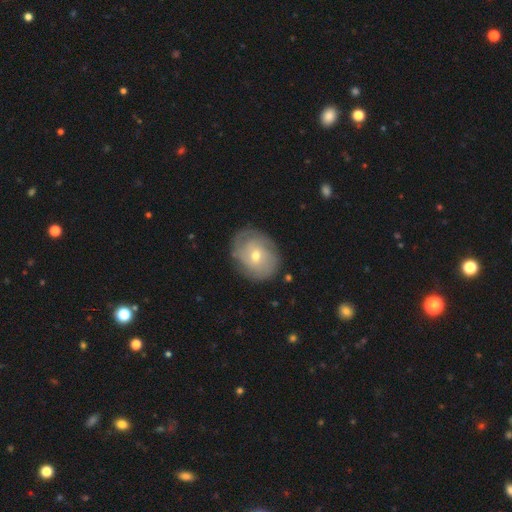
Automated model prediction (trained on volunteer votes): smooth-or-featured: featured or disk: 63% | smooth: 30% | star or artifact: 8%
  disk-edge-on: no: 96% | yes: 4%
    bar: no: 64% | weak: 31% | strong: 5%
    has-spiral-arms: yes: 80% | no: 20%
    bulge-size: moderate: 53% | small: 44% | large: 2% | none: 1% | dominant: 1%
  merging: none: 77% | minor disturbance: 16% | major disturbance: 5% | merger: 1%